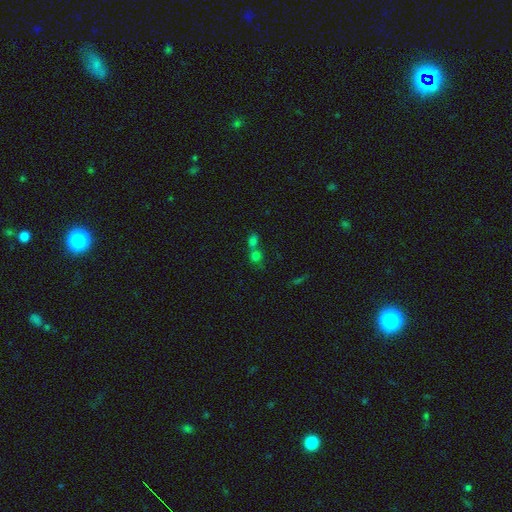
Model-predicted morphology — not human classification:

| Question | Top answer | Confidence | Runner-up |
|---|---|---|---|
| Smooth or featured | smooth | 70% | star or artifact (19%) |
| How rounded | round | 68% | in between (30%) |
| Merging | merger | 58% | none (31%) |